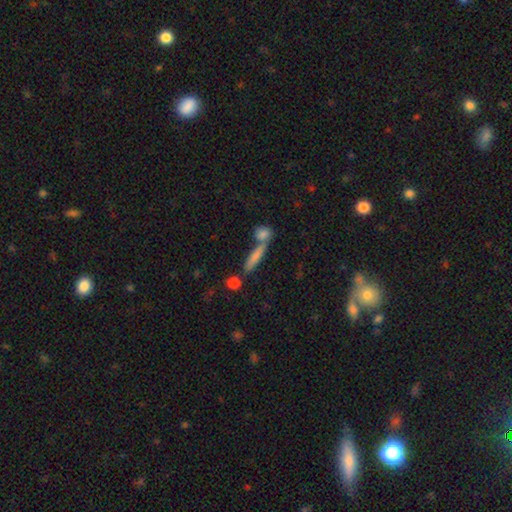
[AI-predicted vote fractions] A smooth galaxy with no disk features (72%) that is cigar-shaped (79%).

Vote fractions:
- Smooth or featured? smooth: 72% / featured or disk: 18% / star or artifact: 9%
- How rounded? cigar-shaped: 79% / in between: 17% / round: 5%
- Merging? none: 60% / merger: 26% / minor disturbance: 10% / major disturbance: 4%